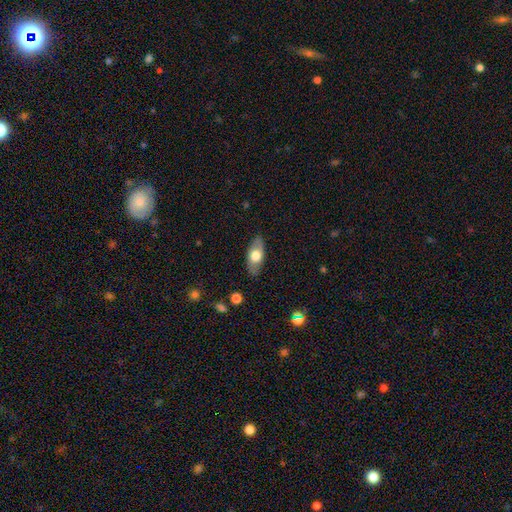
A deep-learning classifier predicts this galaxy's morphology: This is likely a smooth galaxy (62%). How rounded: clearly in between (87%). Merging: clearly none (84%).